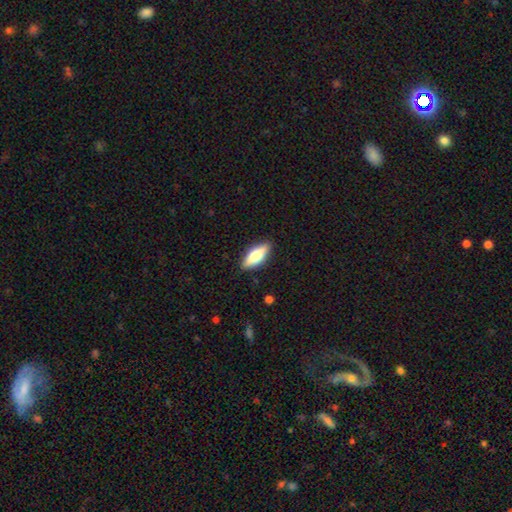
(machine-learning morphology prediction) smooth-or-featured: smooth: 61% | featured or disk: 33% | star or artifact: 6%
  how-rounded: in between: 67% | cigar-shaped: 30% | round: 3%
  merging: none: 88% | minor disturbance: 9% | major disturbance: 2% | merger: 1%